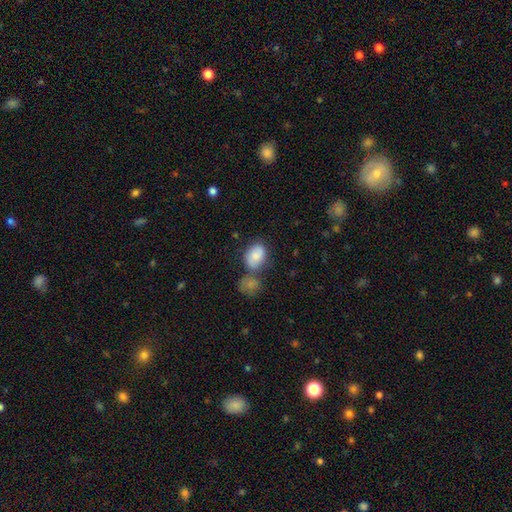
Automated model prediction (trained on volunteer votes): Smooth or featured: smooth — 76% (featured or disk — 16%)
How rounded: in between — 77% (round — 22%)
Merging: none — 48% (merger — 28%)